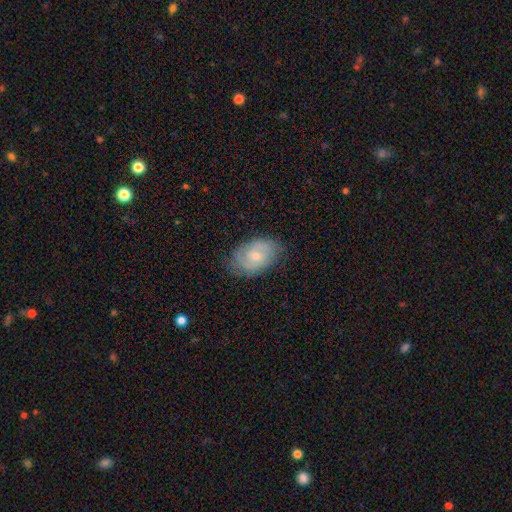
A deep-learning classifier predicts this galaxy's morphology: Q: Smooth or featured?
A: featured or disk (63%); runner-up: smooth (31%)
Q: Edge-on disk?
A: no (96%); runner-up: yes (4%)
Q: Bar?
A: no (57%); runner-up: weak (38%)
Q: Spiral arms?
A: yes (88%); runner-up: no (12%)
Q: Spiral winding?
A: tight (49%); runner-up: medium (39%)
Q: Spiral arm count?
A: 2 (66%); runner-up: can't tell (21%)
Q: Bulge size?
A: small (57%); runner-up: moderate (38%)
Q: Merging?
A: none (76%); runner-up: minor disturbance (18%)